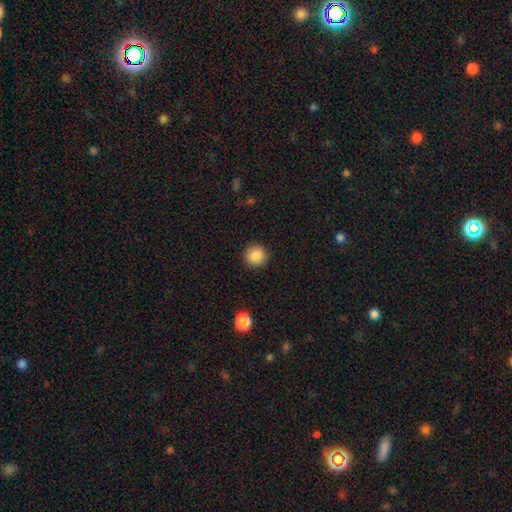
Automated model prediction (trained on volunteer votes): Morphology: type=smooth (87%); roundness=round (93%); merging=none (91%).